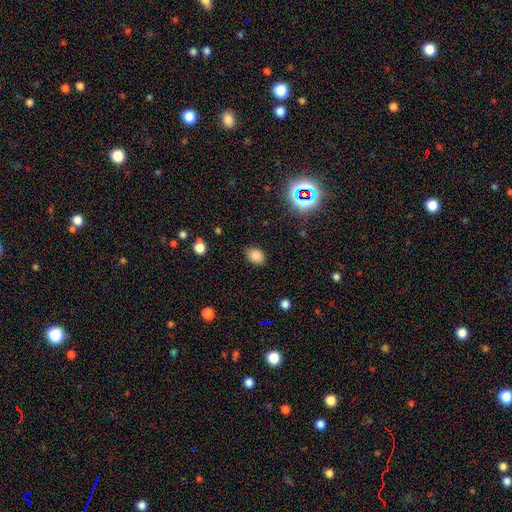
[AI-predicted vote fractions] Morphology: type=smooth (83%); roundness=in between (70%); merging=none (84%).